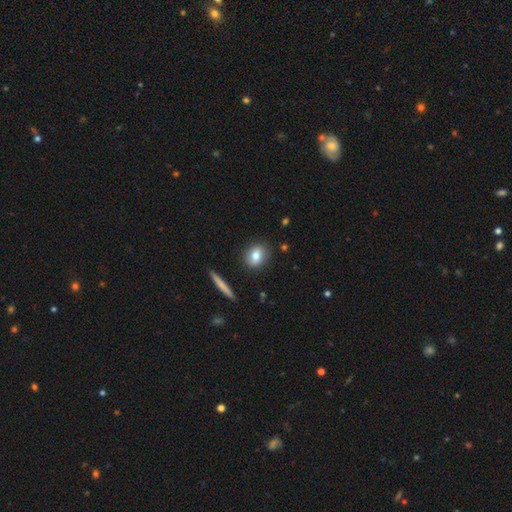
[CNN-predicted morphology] Overall: smooth (77%). How rounded: in between (50%; round 46%). Merging: none (87%).